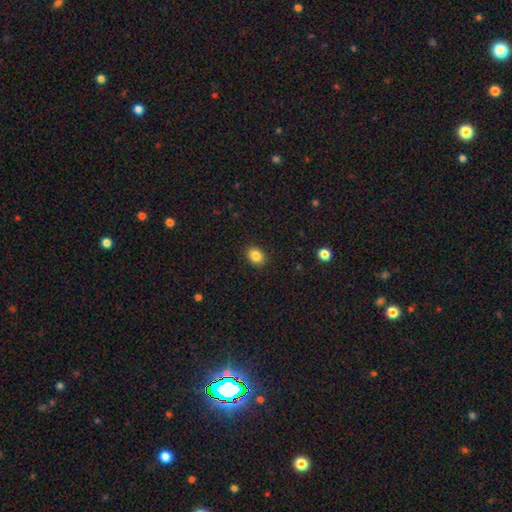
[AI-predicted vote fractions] A smooth galaxy with no disk features (86%) that is in between round and cigar-shaped (55%). Merging: none (89%).